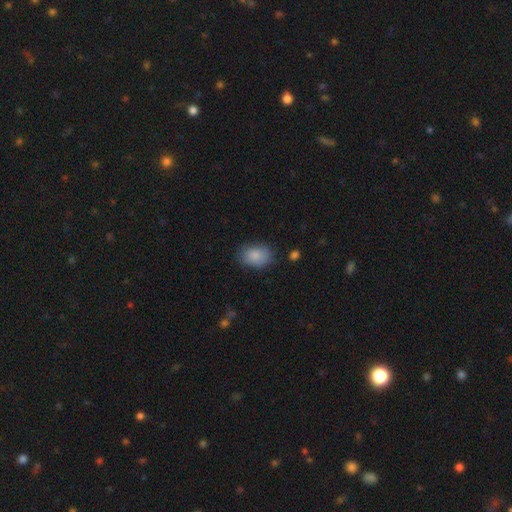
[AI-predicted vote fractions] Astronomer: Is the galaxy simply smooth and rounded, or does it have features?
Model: smooth — 87%.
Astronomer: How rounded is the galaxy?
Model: in between — 78%.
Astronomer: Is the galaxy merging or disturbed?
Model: none — 77%.